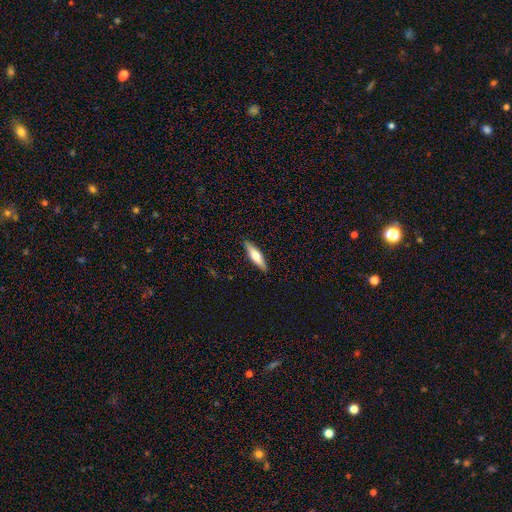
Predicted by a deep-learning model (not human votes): smooth 52%, featured or disk 42%, star or artifact 6%. Down the decision tree: how rounded — cigar-shaped (72%); merging — none (90%).